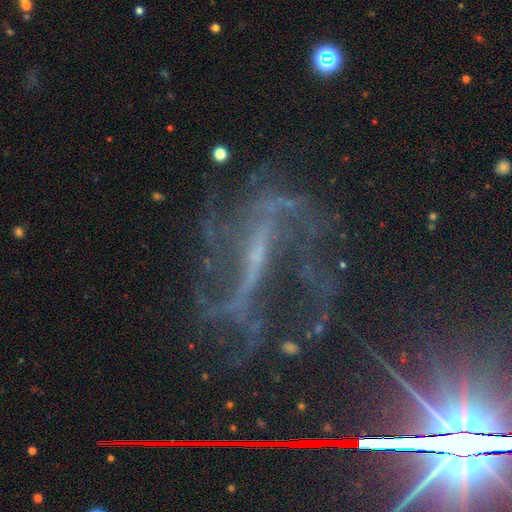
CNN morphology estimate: Smooth or featured: featured or disk — 67% (star or artifact — 26%)
Edge-on disk: no — 82% (yes — 18%)
Bar: strong — 68% (weak — 19%)
Spiral arms: yes — 82% (no — 18%)
Bulge size: small — 54% (none — 30%)
Merging: none — 51% (major disturbance — 27%)